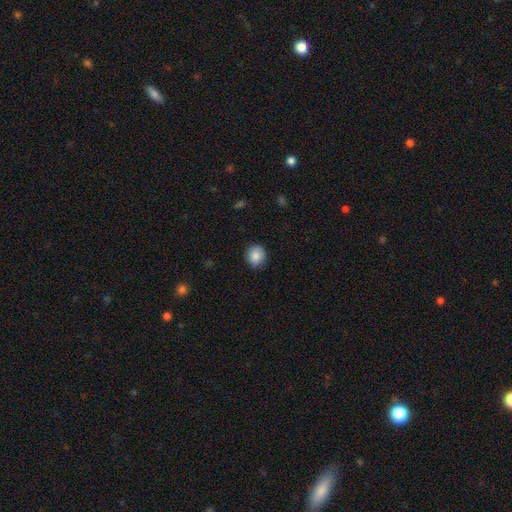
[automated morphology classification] smooth_or_featured: smooth (p=0.86) [alt: star or artifact p=0.08]
how_rounded: round (p=0.77) [alt: in between p=0.22]
merging: none (p=0.86) [alt: minor disturbance p=0.11]